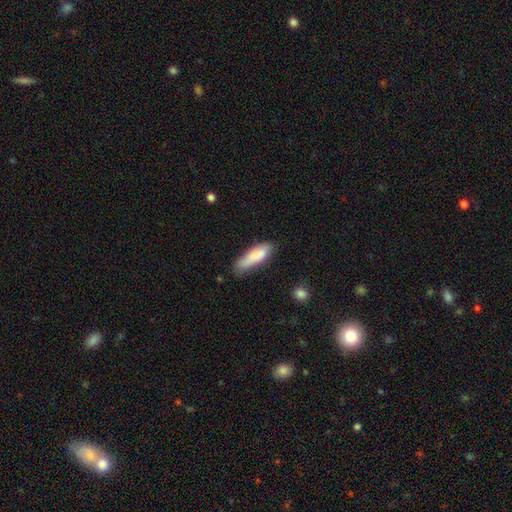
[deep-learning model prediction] smooth 83%, featured or disk 11%, star or artifact 6%. Down the decision tree: how rounded — cigar-shaped (54%); merging — none (63%).